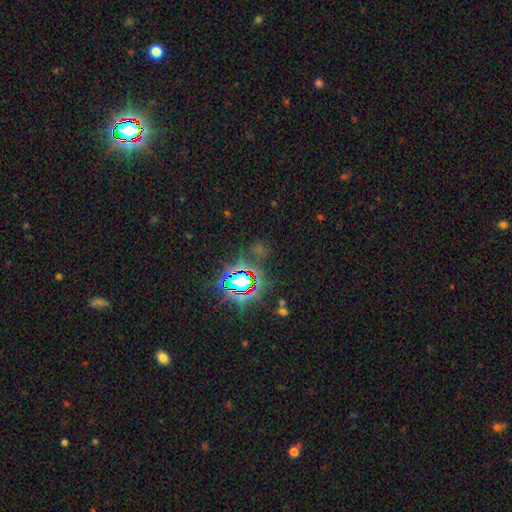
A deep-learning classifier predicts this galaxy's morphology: This appears to be a star or artifact, not a galaxy (80%).